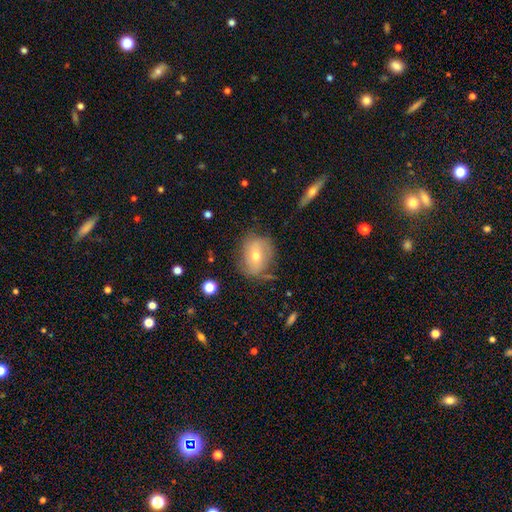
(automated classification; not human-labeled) This appears to be a featured or disk galaxy (54%). Merging: none (66%).